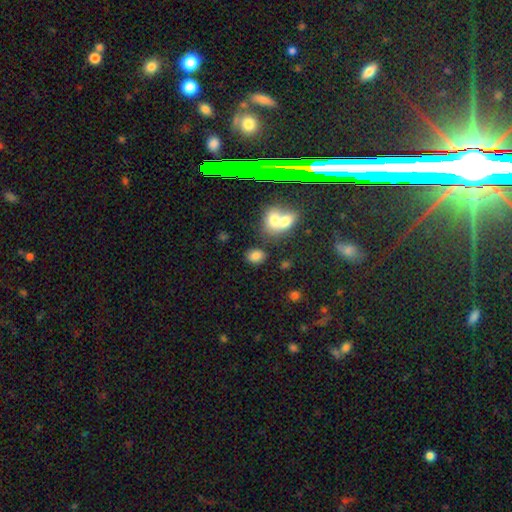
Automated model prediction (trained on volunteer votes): Overall: smooth (78%). How rounded: in between (58%; round 41%). Merging: none (59%; merger 26%).